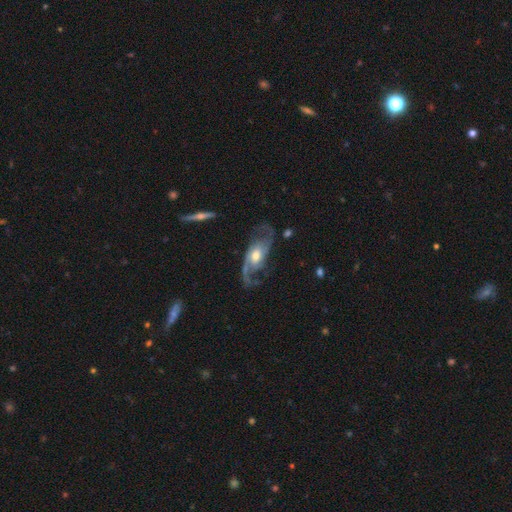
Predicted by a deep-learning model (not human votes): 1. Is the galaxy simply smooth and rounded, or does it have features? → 86% featured or disk, 9% smooth, 5% star or artifact.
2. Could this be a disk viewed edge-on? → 94% no, 6% yes.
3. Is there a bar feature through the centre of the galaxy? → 54% no, 36% weak, 11% strong.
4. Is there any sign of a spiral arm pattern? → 95% yes, 5% no.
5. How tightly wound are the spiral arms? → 45% medium, 41% loose, 14% tight.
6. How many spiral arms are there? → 85% 2, 5% can't tell, 4% 1, 3% 3, 1% 4, 1% more than 4.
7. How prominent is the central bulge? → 67% moderate, 18% small, 11% large, 1% none, 1% dominant.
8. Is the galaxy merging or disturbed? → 66% none, 18% minor disturbance, 14% major disturbance, 2% merger.